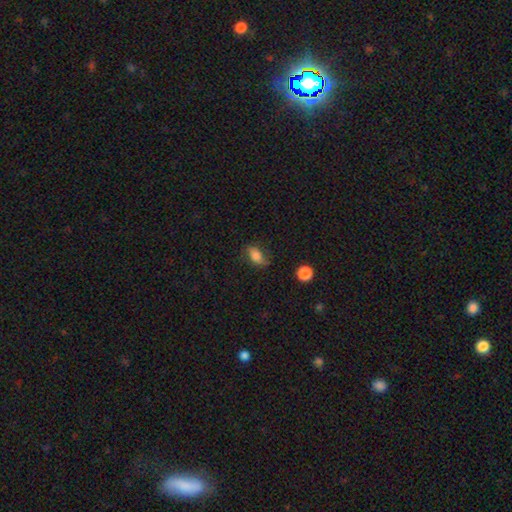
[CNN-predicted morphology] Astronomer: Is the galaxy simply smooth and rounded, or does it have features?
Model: smooth — 75%.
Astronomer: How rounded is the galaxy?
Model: in between — 85%.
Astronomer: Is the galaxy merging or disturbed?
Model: none — 70%.